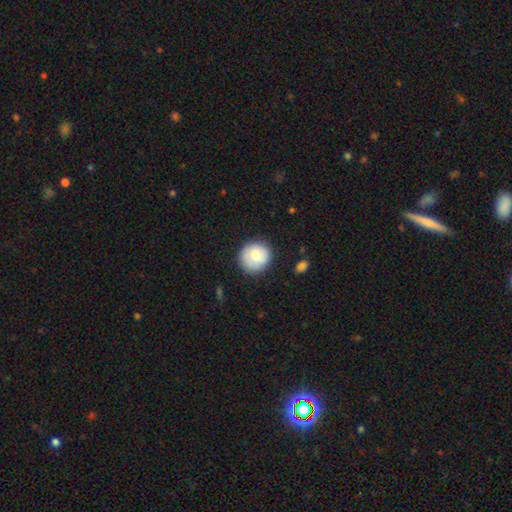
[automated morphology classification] smooth_or_featured: smooth (p=0.79) [alt: featured or disk p=0.14]
how_rounded: round (p=0.88) [alt: in between p=0.12]
merging: none (p=0.81) [alt: minor disturbance p=0.14]